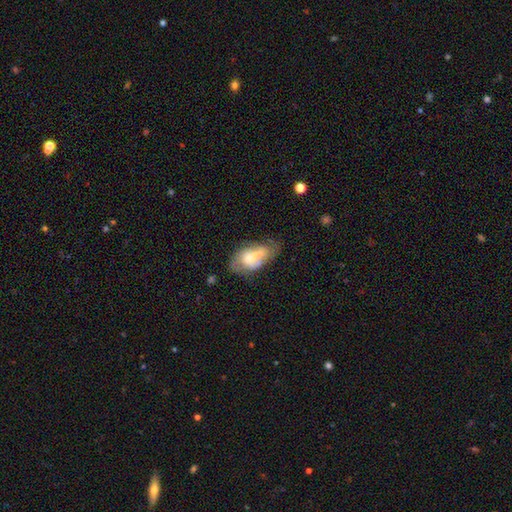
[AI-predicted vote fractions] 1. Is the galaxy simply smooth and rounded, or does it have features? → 47% smooth, 46% featured or disk, 7% star or artifact.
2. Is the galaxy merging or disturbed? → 37% merger, 29% none, 21% minor disturbance, 13% major disturbance.